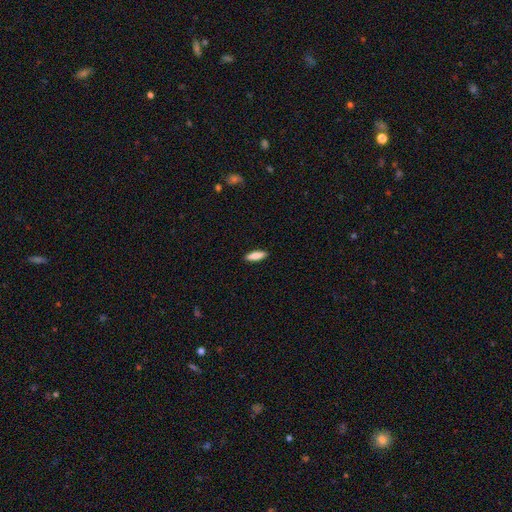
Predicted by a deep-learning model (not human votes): A smooth galaxy with no disk features (85%) that is cigar-shaped (49%, tied with in between). Merging: none (90%).